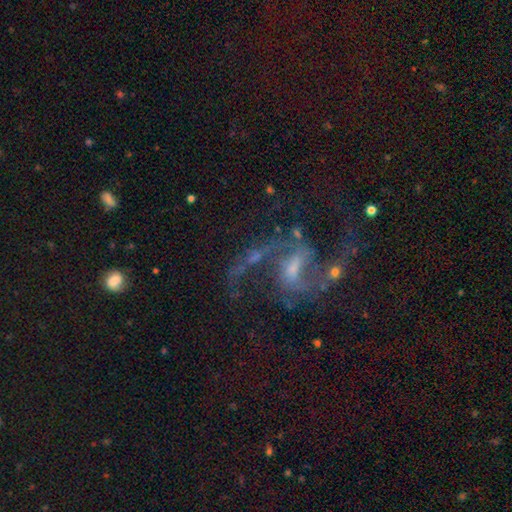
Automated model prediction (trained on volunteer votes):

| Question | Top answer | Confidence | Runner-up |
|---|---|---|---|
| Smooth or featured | featured or disk | 87% | star or artifact (8%) |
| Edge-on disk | no | 97% | yes (3%) |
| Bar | weak | 53% | strong (27%) |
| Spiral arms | yes | 95% | no (5%) |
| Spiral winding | loose | 54% | medium (38%) |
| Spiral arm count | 2 | 87% | can't tell (4%) |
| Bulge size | small | 47% | moderate (33%) |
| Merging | none | 56% | major disturbance (22%) |